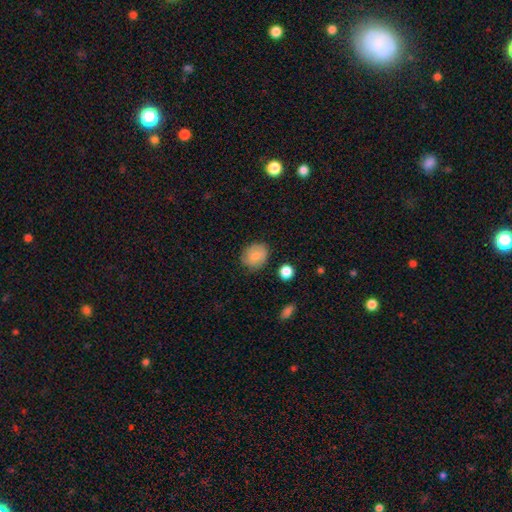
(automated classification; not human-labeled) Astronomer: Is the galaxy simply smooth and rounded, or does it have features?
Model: smooth — 79%.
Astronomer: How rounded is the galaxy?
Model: round — 66%.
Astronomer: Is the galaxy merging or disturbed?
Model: none — 78%.